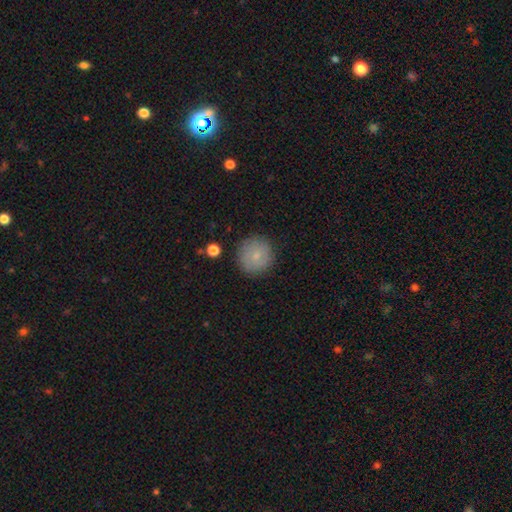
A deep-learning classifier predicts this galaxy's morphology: smooth_or_featured: smooth (p=0.80) [alt: featured or disk p=0.12]
how_rounded: round (p=0.94) [alt: in between p=0.05]
merging: none (p=0.87) [alt: minor disturbance p=0.09]